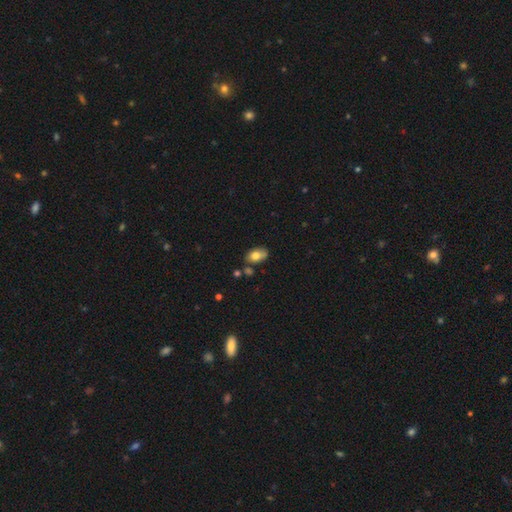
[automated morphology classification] Smooth or featured?
  - smooth: 77% *
  - featured or disk: 15%
  - star or artifact: 8%
How rounded?
  - in between: 90% *
  - round: 9%
  - cigar-shaped: 2%
Merging?
  - none: 67% *
  - minor disturbance: 21%
  - merger: 8%
  - major disturbance: 4%